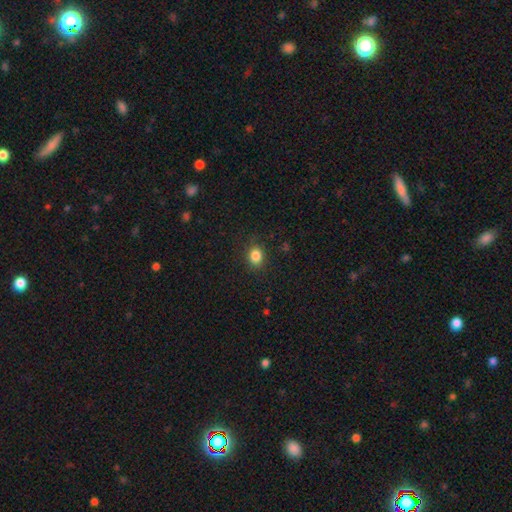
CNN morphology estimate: Smooth or featured? smooth (85%)
How rounded? round (54%)
Merging? none (86%)